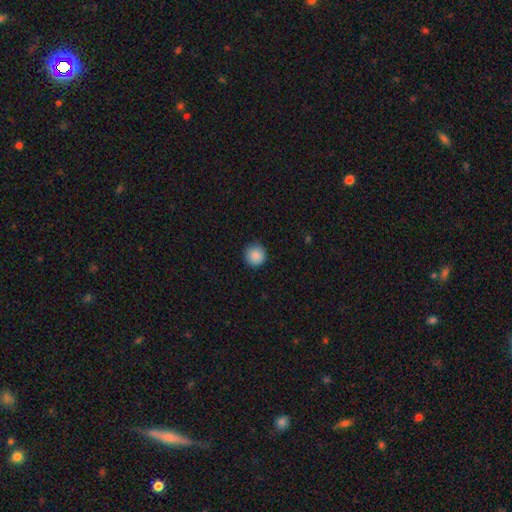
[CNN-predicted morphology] Smooth or featured? smooth (88%)
How rounded? round (95%)
Merging? none (88%)